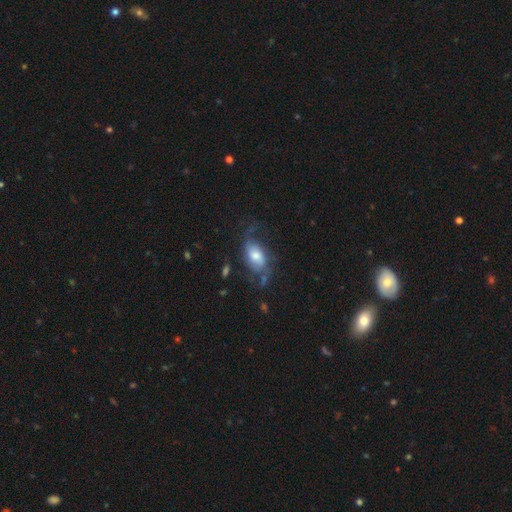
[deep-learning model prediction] A featured or disk galaxy (57%) with no bar (61%), spiral arms (84%) and a moderate central bulge (52%). Merging: none (50%).